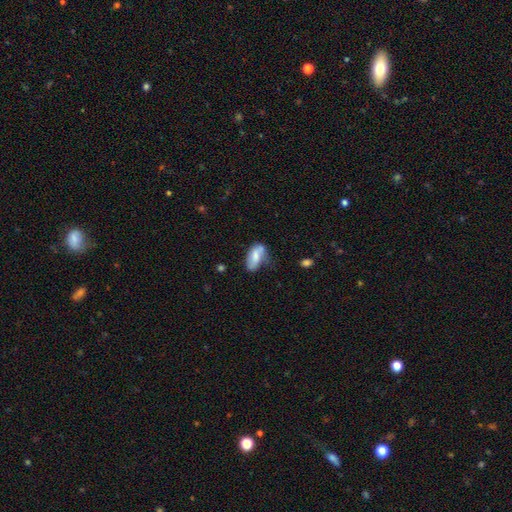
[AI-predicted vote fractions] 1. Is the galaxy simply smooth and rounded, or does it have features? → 64% smooth, 29% featured or disk, 7% star or artifact.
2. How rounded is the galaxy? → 88% in between, 8% cigar-shaped, 4% round.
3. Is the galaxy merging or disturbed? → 42% none, 33% minor disturbance, 14% major disturbance, 11% merger.